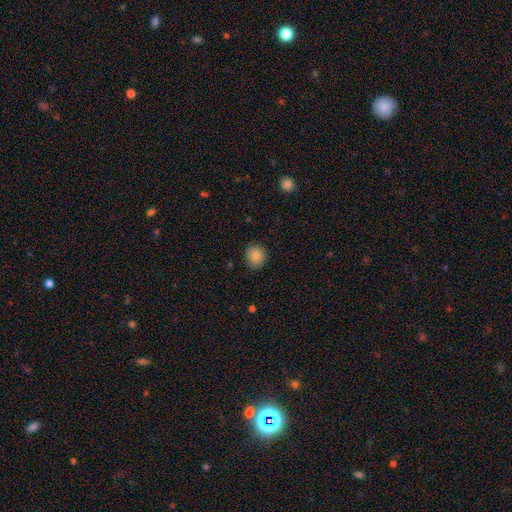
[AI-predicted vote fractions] Overall: smooth (85%). How rounded: round (78%). Merging: none (85%).